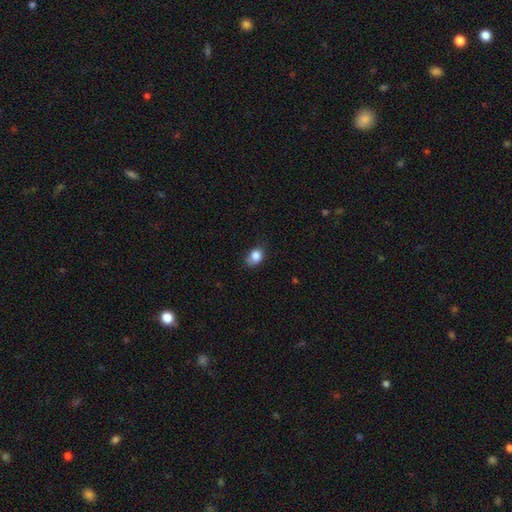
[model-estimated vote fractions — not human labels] A smooth galaxy with no disk features (84%) that is in between round and cigar-shaped (55%).

Vote fractions:
- Smooth or featured? smooth: 84% / star or artifact: 10% / featured or disk: 7%
- How rounded? in between: 55% / round: 44% / cigar-shaped: 1%
- Merging? none: 57% / minor disturbance: 33% / major disturbance: 8% / merger: 2%